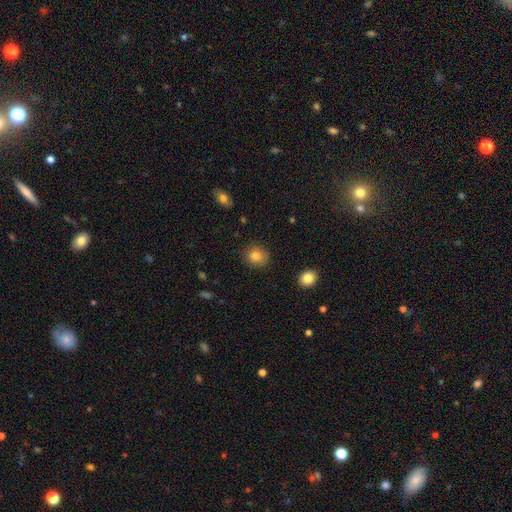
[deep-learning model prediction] Overall: smooth (82%). How rounded: round (82%). Merging: none (87%).